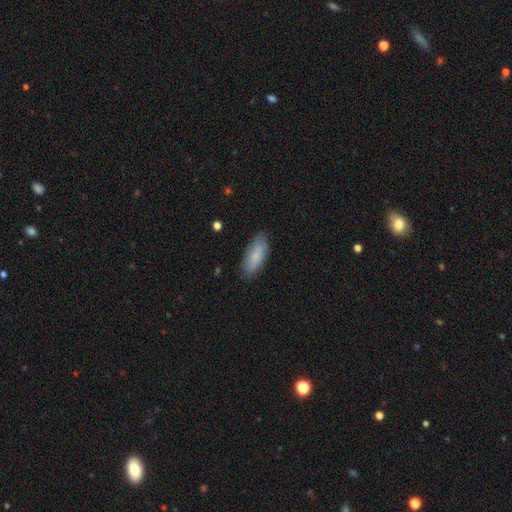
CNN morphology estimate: Smooth or featured? Predicted: smooth (p=0.81). How rounded? Predicted: in between (p=0.78). Merging? Predicted: none (p=0.82).